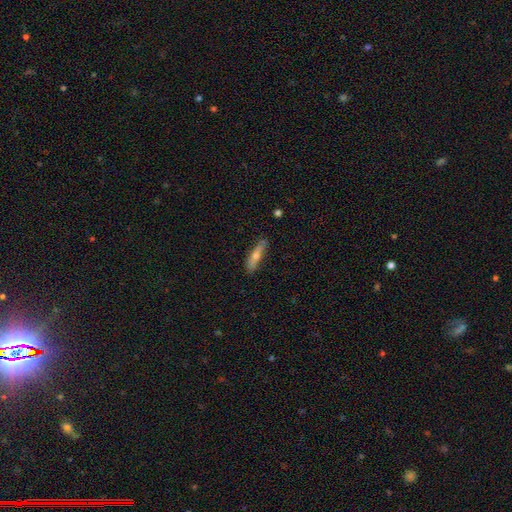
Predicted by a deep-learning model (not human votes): A smooth galaxy with no disk features (50%).

Vote fractions:
- Smooth or featured? smooth: 50% / featured or disk: 44% / star or artifact: 7%
- Merging? none: 84% / minor disturbance: 12% / major disturbance: 2% / merger: 1%